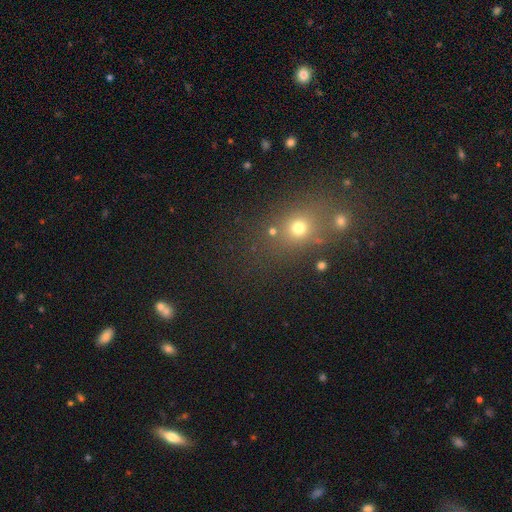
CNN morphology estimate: Overall: smooth (46%; star or artifact 41%). Merging: none (69%).